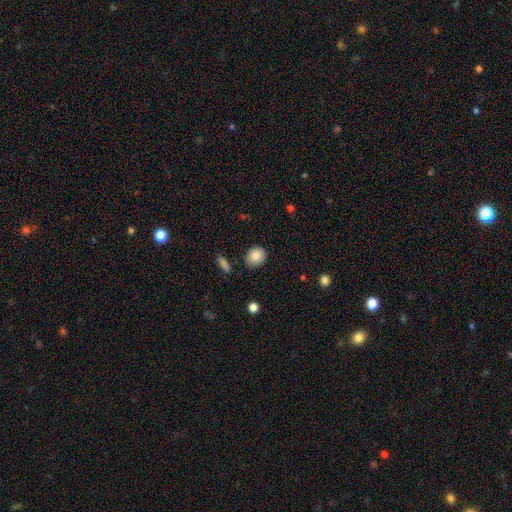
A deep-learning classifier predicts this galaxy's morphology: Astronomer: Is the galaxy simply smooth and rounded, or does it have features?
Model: smooth — 86%.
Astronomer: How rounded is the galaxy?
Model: round — 57% (runner-up: in between, 42%).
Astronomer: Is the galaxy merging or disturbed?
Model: none — 82%.